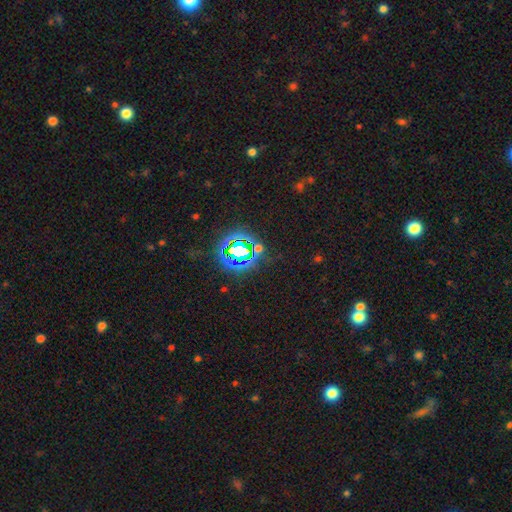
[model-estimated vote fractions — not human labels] Q: Smooth or featured?
A: star or artifact (81%); runner-up: smooth (12%)